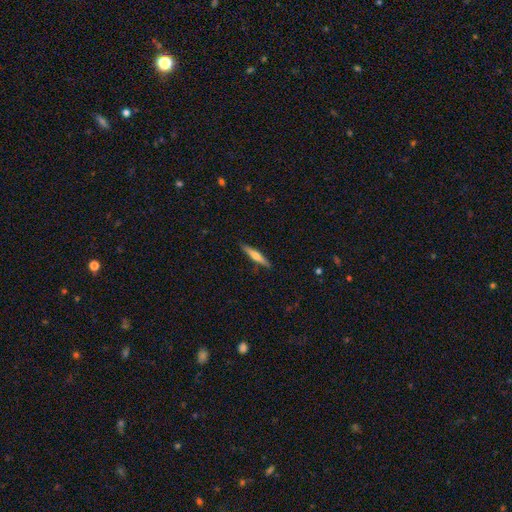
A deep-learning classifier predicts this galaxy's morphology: Q: Smooth or featured?
A: smooth (48%); runner-up: featured or disk (46%)
Q: Merging?
A: none (89%); runner-up: minor disturbance (8%)